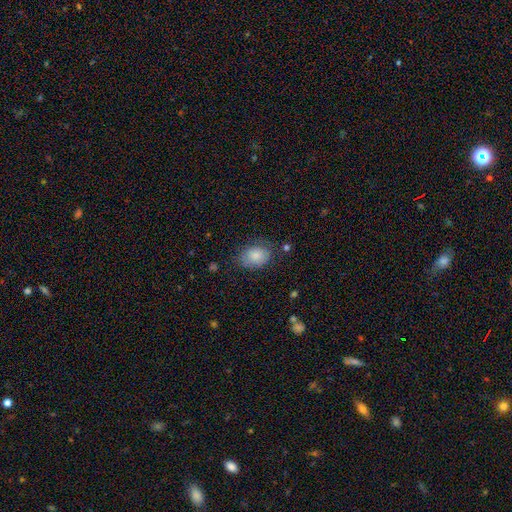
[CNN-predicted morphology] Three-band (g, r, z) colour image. It shows a smooth galaxy with no disk features (83%) that is in between round and cigar-shaped (70%). Merging: none (67%).